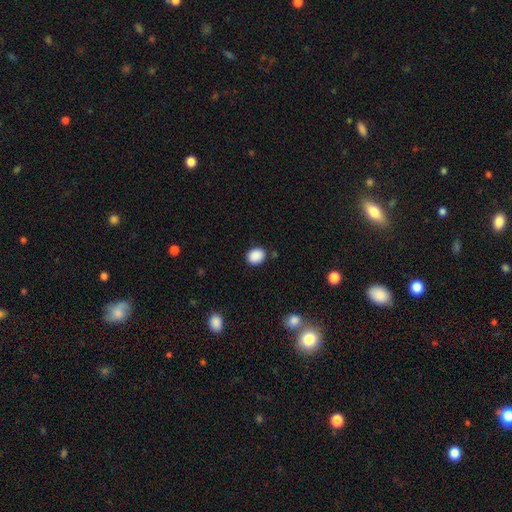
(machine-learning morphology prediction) Smooth or featured? Predicted: smooth (p=0.89). How rounded? Predicted: round (p=0.57). Merging? Predicted: none (p=0.86).